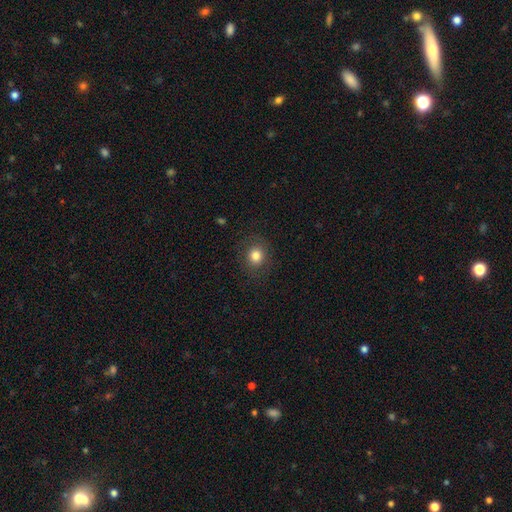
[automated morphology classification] The model was most divided on "how rounded": round: 80%, in between: 19%, cigar-shaped: 1%. More confident: merging — none (86%); smooth or featured — smooth (81%).